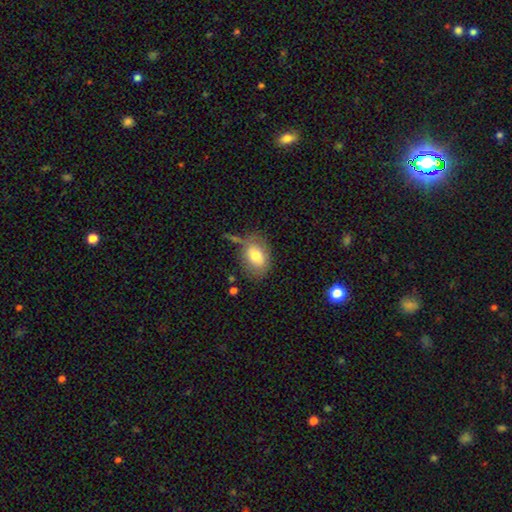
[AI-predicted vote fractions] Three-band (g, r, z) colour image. It shows a smooth galaxy with no disk features (74%) that is in between round and cigar-shaped (74%). Merging: none (62%).